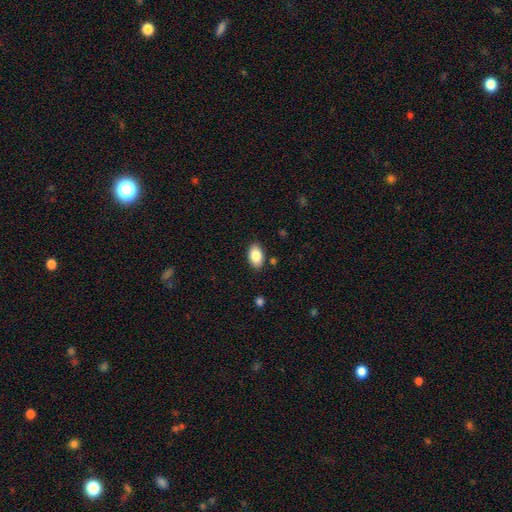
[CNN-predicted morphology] smooth_or_featured: smooth (p=0.86) [alt: star or artifact p=0.07]
how_rounded: in between (p=0.92) [alt: round p=0.06]
merging: none (p=0.85) [alt: minor disturbance p=0.11]